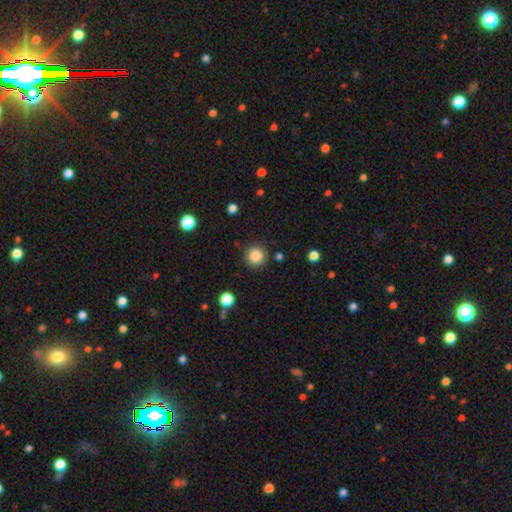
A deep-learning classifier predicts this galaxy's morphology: Smooth or featured? Predicted: smooth (p=0.86). How rounded? Predicted: round (p=0.95). Merging? Predicted: none (p=0.88).